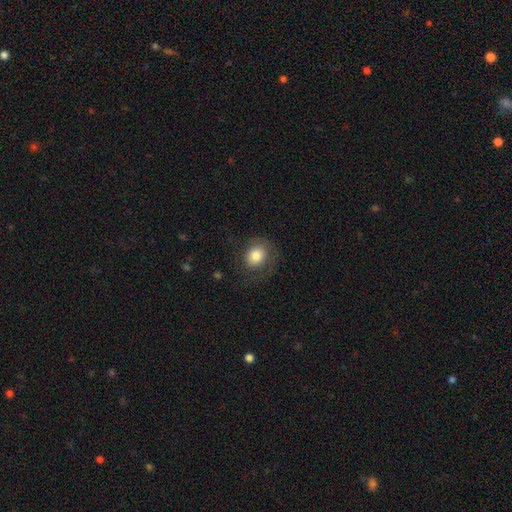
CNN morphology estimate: Smooth or featured?
  - smooth: 75% *
  - featured or disk: 17%
  - star or artifact: 8%
How rounded?
  - round: 66% *
  - in between: 34%
  - cigar-shaped: 1%
Merging?
  - none: 65% *
  - minor disturbance: 18%
  - major disturbance: 16%
  - merger: 1%